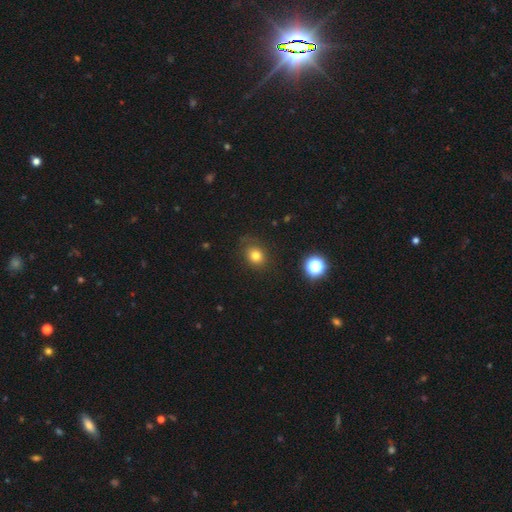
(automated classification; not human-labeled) A smooth galaxy with no disk features (77%) that is round (63%).

Vote fractions:
- Smooth or featured? smooth: 77% / star or artifact: 15% / featured or disk: 8%
- How rounded? round: 63% / in between: 36% / cigar-shaped: 1%
- Merging? none: 77% / minor disturbance: 16% / major disturbance: 5% / merger: 2%